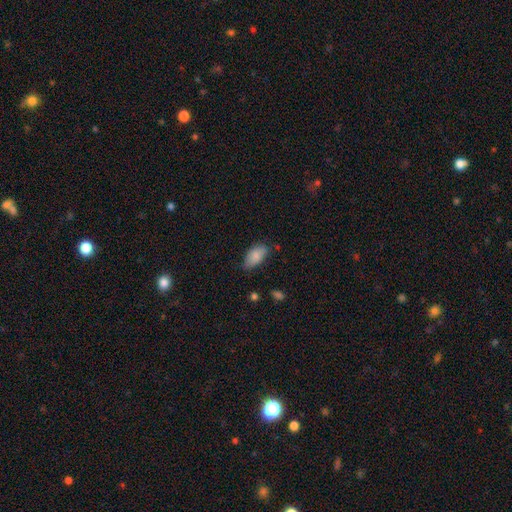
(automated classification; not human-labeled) Morphology: type=smooth (85%); roundness=in between (93%); merging=none (66%).